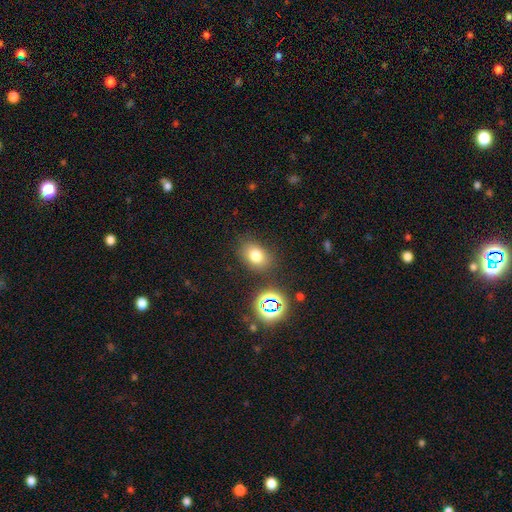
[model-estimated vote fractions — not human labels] smooth_or_featured: smooth (p=0.74) [alt: star or artifact p=0.16]
how_rounded: in between (p=0.67) [alt: round p=0.32]
merging: none (p=0.80) [alt: minor disturbance p=0.12]